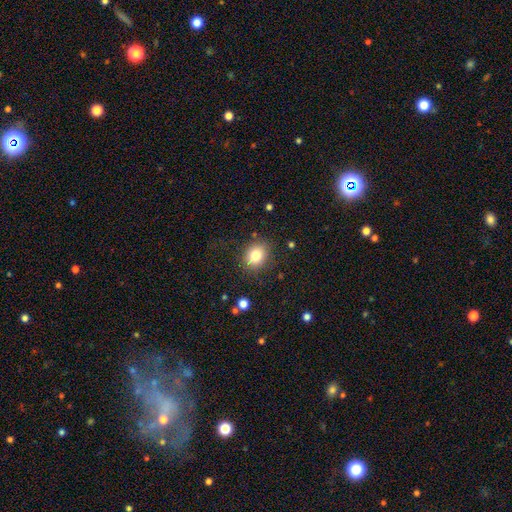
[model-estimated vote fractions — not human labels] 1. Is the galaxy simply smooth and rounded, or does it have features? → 81% smooth, 10% star or artifact, 9% featured or disk.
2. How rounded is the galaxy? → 55% round, 44% in between, 1% cigar-shaped.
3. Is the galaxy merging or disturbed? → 83% none, 11% minor disturbance, 4% major disturbance, 2% merger.